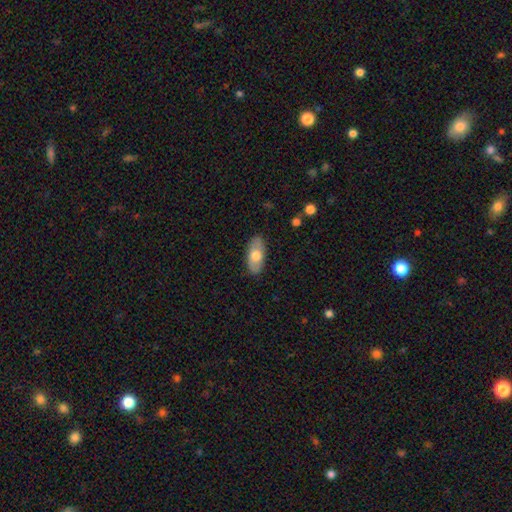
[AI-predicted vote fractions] Smooth or featured?
  - smooth: 66% *
  - featured or disk: 28%
  - star or artifact: 6%
How rounded?
  - in between: 90% *
  - cigar-shaped: 7%
  - round: 4%
Merging?
  - none: 86% *
  - minor disturbance: 11%
  - major disturbance: 2%
  - merger: 1%